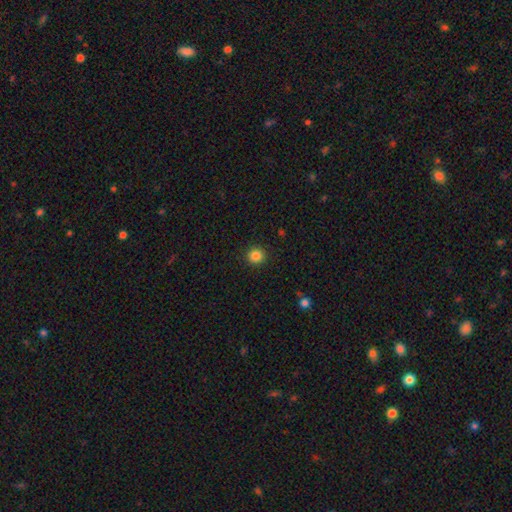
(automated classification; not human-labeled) smooth_or_featured: smooth (p=0.85) [alt: star or artifact p=0.11]
how_rounded: round (p=0.94) [alt: in between p=0.05]
merging: none (p=0.92) [alt: minor disturbance p=0.05]